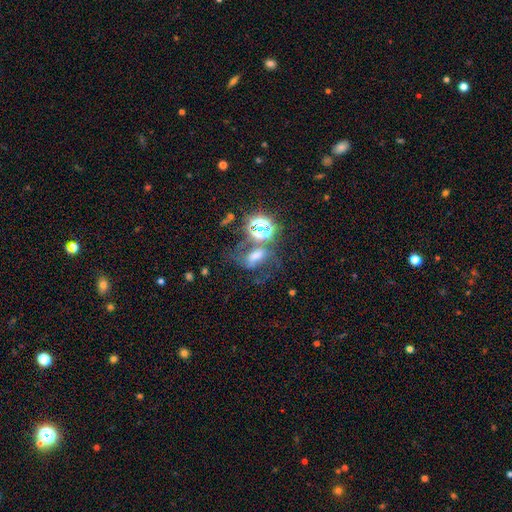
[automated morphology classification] Overall: star or artifact (37%, tied with smooth).